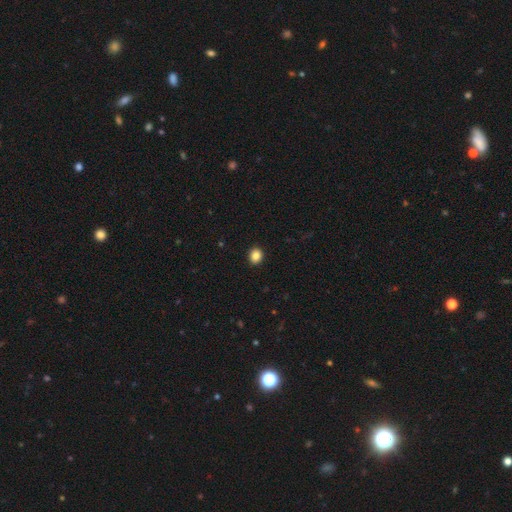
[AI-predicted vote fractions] smooth_or_featured: smooth (p=0.86) [alt: star or artifact p=0.10]
how_rounded: round (p=0.66) [alt: in between p=0.33]
merging: none (p=0.92) [alt: minor disturbance p=0.06]